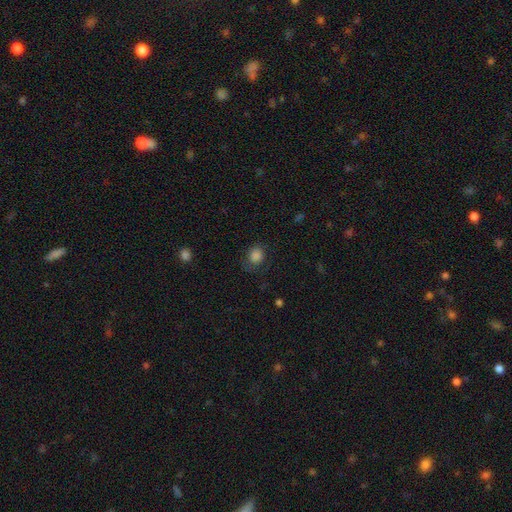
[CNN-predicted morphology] The model was most divided on "merging": none: 66%, minor disturbance: 21%, major disturbance: 12%, merger: 2%. More confident: smooth or featured — smooth (83%); how rounded — round (73%).